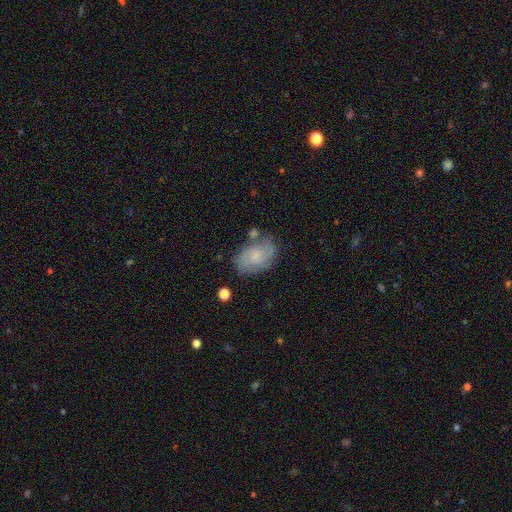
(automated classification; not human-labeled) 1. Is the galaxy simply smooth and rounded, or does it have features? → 52% featured or disk, 40% smooth, 8% star or artifact.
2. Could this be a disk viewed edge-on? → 97% no, 3% yes.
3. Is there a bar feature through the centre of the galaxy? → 72% no, 25% weak, 3% strong.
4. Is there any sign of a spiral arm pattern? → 80% yes, 20% no.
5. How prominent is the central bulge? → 61% small, 23% moderate, 12% none, 2% large, 1% dominant.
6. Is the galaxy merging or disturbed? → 62% none, 23% minor disturbance, 8% major disturbance, 7% merger.